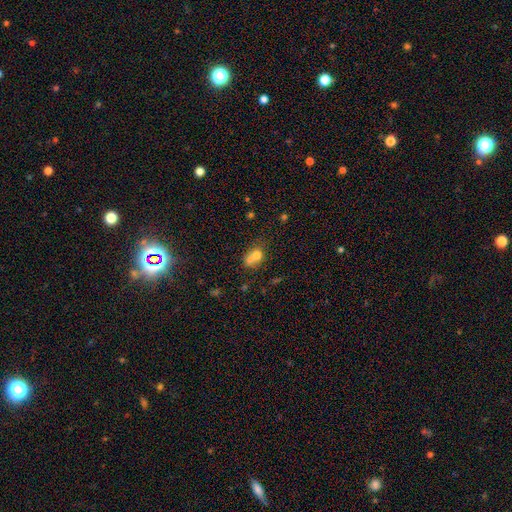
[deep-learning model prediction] Smooth or featured? smooth (68%)
How rounded? round (52%)
Merging? merger (59%)